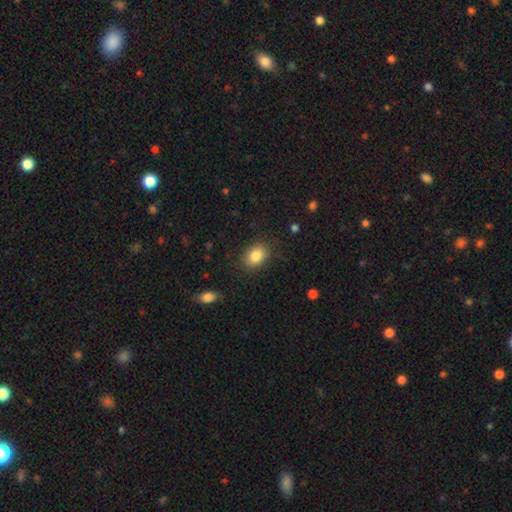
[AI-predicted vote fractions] smooth_or_featured: smooth (p=0.84) [alt: star or artifact p=0.09]
how_rounded: in between (p=0.68) [alt: round p=0.31]
merging: none (p=0.83) [alt: minor disturbance p=0.12]